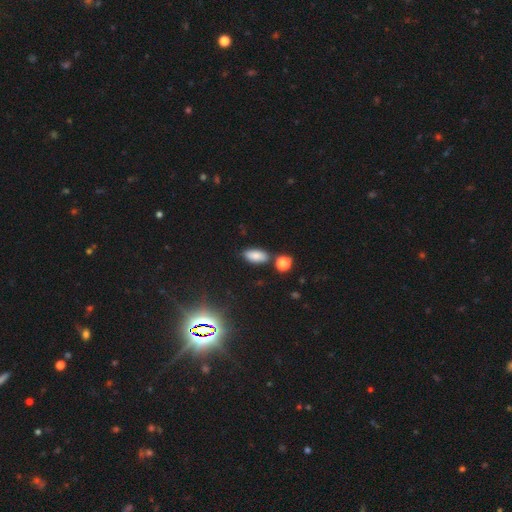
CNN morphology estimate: Smooth or featured? smooth (81%)
How rounded? in between (89%)
Merging? none (76%)